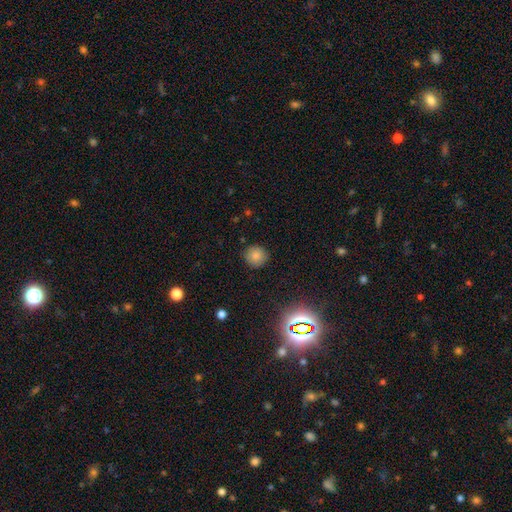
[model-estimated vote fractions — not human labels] The model was most divided on "smooth or featured": smooth: 82%, star or artifact: 12%, featured or disk: 6%. More confident: how rounded — round (92%); merging — none (89%).